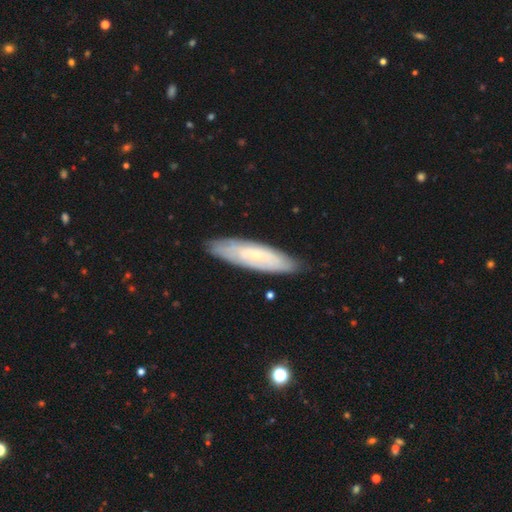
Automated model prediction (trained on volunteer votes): Overall: featured or disk (52%; smooth 41%). Edge-on disk: no (66%; yes 34%). Merging: none (82%).